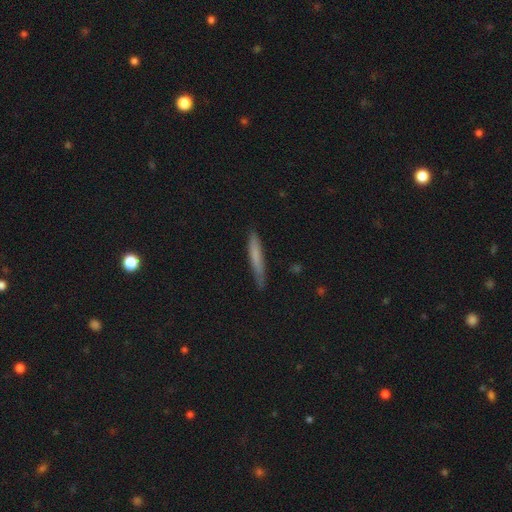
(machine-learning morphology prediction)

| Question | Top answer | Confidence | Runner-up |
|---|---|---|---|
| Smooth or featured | smooth | 71% | featured or disk (22%) |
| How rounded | cigar-shaped | 95% | in between (4%) |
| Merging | none | 84% | minor disturbance (13%) |